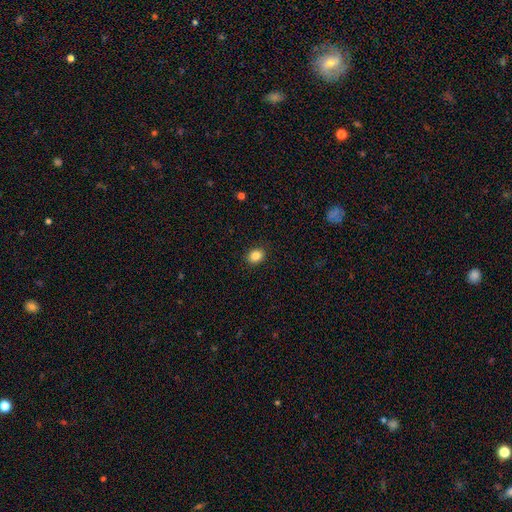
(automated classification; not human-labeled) The model was most divided on "how rounded": in between: 54%, round: 46%, cigar-shaped: 1%. More confident: merging — none (90%); smooth or featured — smooth (86%).